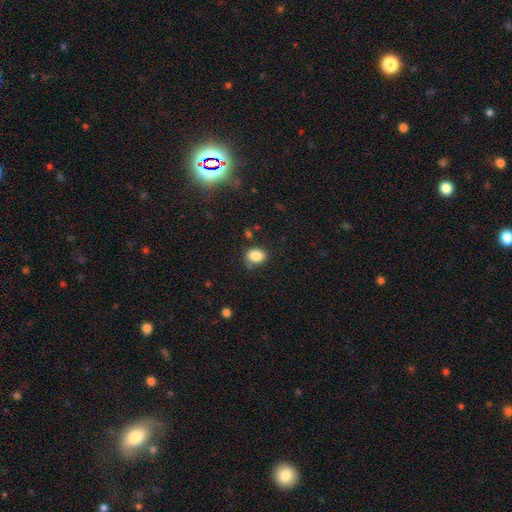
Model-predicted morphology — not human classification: Overall: smooth (85%). How rounded: in between (56%; round 43%). Merging: none (74%).